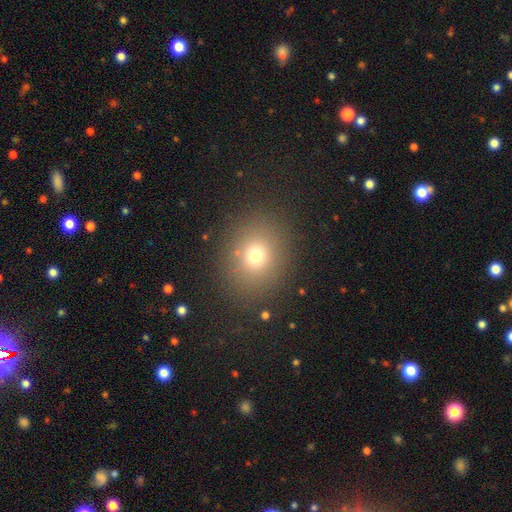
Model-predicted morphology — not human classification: Q: Smooth or featured?
A: smooth (72%); runner-up: star or artifact (19%)
Q: How rounded?
A: round (74%); runner-up: in between (25%)
Q: Merging?
A: none (86%); runner-up: minor disturbance (8%)